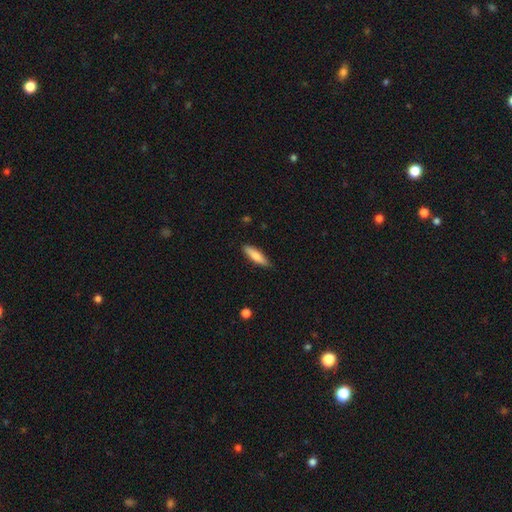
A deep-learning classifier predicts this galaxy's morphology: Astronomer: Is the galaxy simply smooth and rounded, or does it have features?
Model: smooth — 77%.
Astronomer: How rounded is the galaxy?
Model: cigar-shaped — 67%.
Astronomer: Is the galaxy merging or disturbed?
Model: none — 86%.